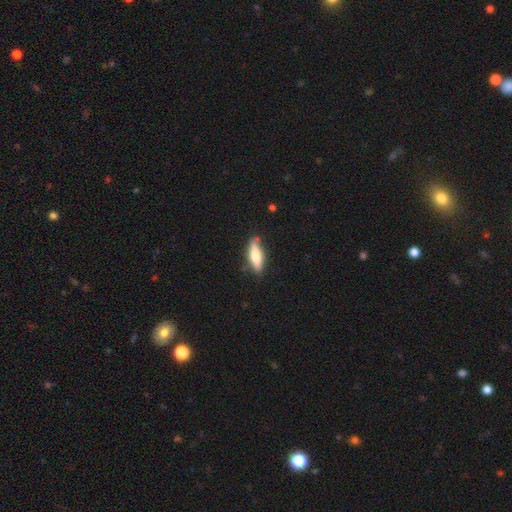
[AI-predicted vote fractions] Q: Smooth or featured?
A: smooth (65%); runner-up: featured or disk (29%)
Q: How rounded?
A: cigar-shaped (51%); runner-up: in between (47%)
Q: Merging?
A: none (78%); runner-up: minor disturbance (17%)